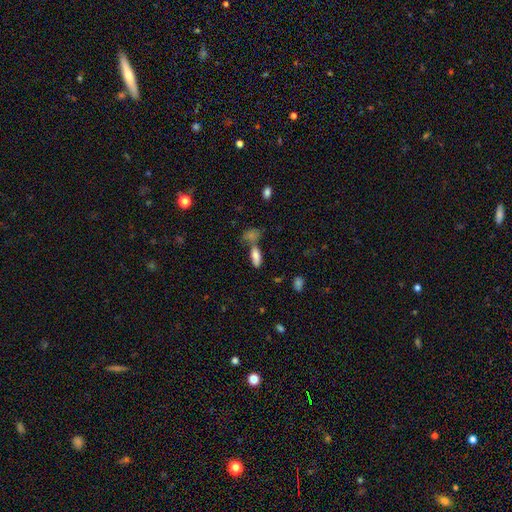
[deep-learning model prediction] Overall: smooth (79%). How rounded: in between (72%). Merging: none (45%; merger 36%).